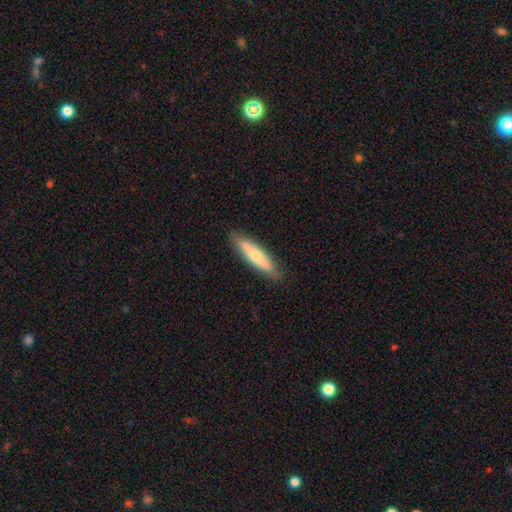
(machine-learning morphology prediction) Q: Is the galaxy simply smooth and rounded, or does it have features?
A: smooth — 50%.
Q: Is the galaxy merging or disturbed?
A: none — 87%.